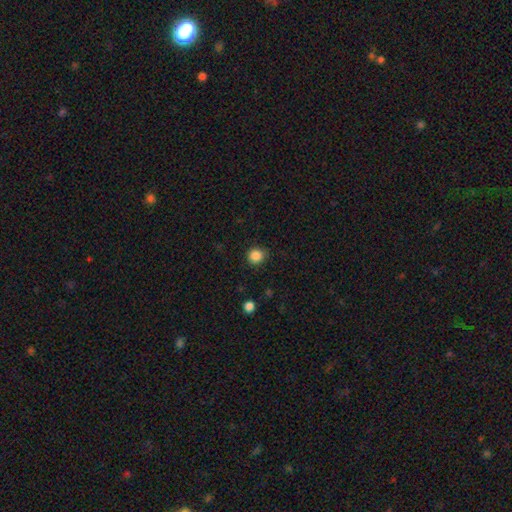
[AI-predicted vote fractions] A smooth galaxy with no disk features (86%) that is round (88%).

Vote fractions:
- Smooth or featured? smooth: 86% / star or artifact: 11% / featured or disk: 3%
- How rounded? round: 88% / in between: 11% / cigar-shaped: 1%
- Merging? none: 86% / minor disturbance: 10% / major disturbance: 3% / merger: 1%